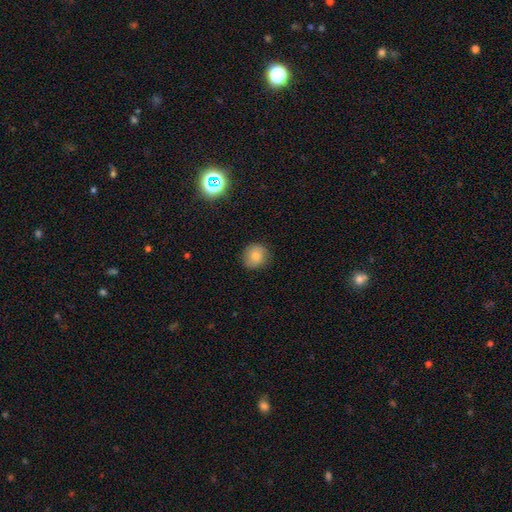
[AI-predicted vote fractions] Smooth or featured: smooth — 80% (star or artifact — 11%)
How rounded: round — 87% (in between — 12%)
Merging: none — 85% (minor disturbance — 11%)